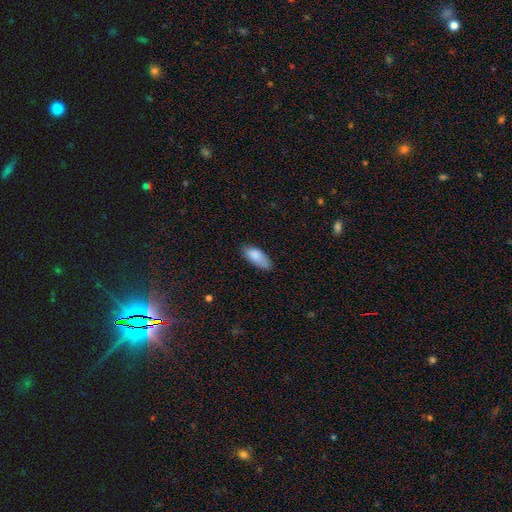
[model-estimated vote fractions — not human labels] Smooth or featured: smooth — 86% (featured or disk — 8%)
How rounded: in between — 86% (cigar-shaped — 13%)
Merging: none — 69% (minor disturbance — 25%)